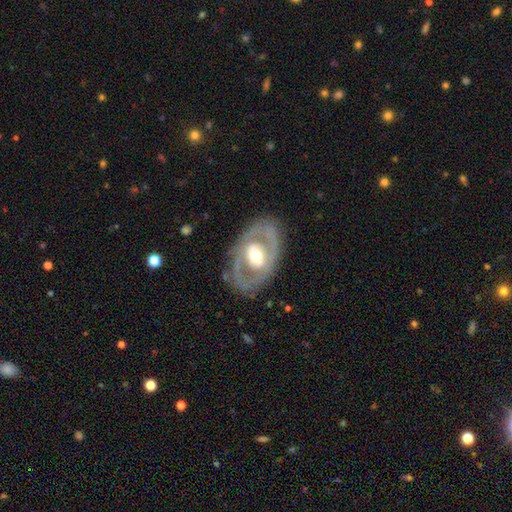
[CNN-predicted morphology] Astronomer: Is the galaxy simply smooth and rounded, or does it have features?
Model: featured or disk — 73%.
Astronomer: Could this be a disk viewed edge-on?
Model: no — 91%.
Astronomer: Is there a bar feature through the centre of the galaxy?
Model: no — 48% (runner-up: weak, 31%).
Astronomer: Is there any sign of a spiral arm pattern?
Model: no — 64%.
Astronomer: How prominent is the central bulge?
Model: moderate — 66%.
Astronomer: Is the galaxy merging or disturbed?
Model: none — 77%.